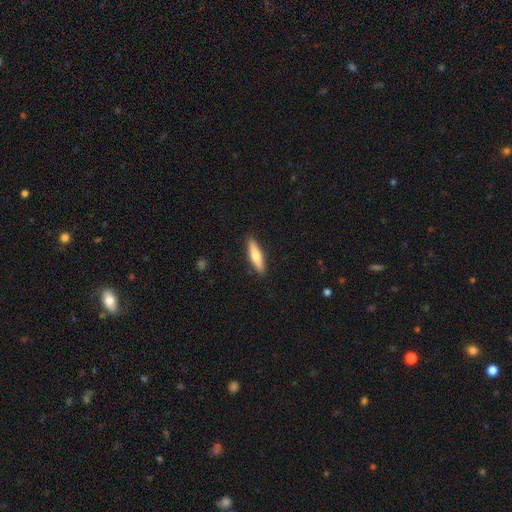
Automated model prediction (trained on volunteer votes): Q: Smooth or featured?
A: smooth (68%); runner-up: featured or disk (27%)
Q: How rounded?
A: cigar-shaped (75%); runner-up: in between (23%)
Q: Merging?
A: none (89%); runner-up: minor disturbance (8%)